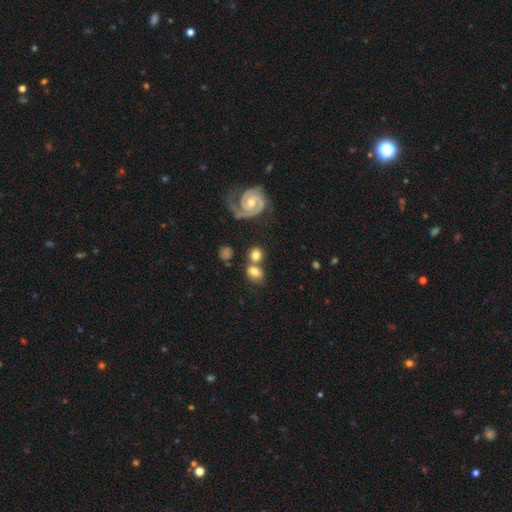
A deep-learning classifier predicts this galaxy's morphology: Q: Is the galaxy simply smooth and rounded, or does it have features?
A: smooth — 62%.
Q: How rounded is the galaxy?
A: round — 53%.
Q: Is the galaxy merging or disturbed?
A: none — 49%.